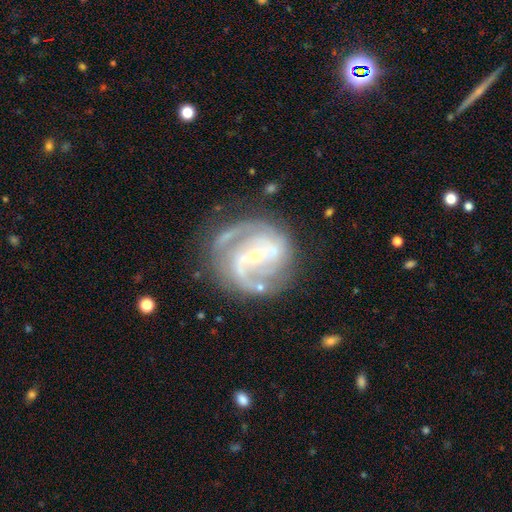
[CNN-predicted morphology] smooth_or_featured: featured or disk (p=0.88) [alt: smooth p=0.06]
disk_edge_on: no (p=0.97) [alt: yes p=0.03]
bar: weak (p=0.41) [alt: strong p=0.31]
has_spiral_arms: yes (p=0.96) [alt: no p=0.04]
spiral_winding: medium (p=0.47) [alt: tight p=0.39]
spiral_arm_count: 2 (p=0.64) [alt: 3 p=0.16]
bulge_size: small (p=0.68) [alt: moderate p=0.28]
merging: none (p=0.70) [alt: minor disturbance p=0.17]